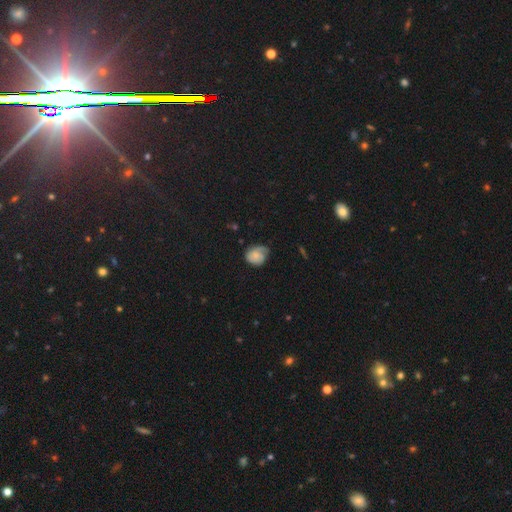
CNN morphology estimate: Smooth or featured? smooth (48%)
Merging? none (48%)